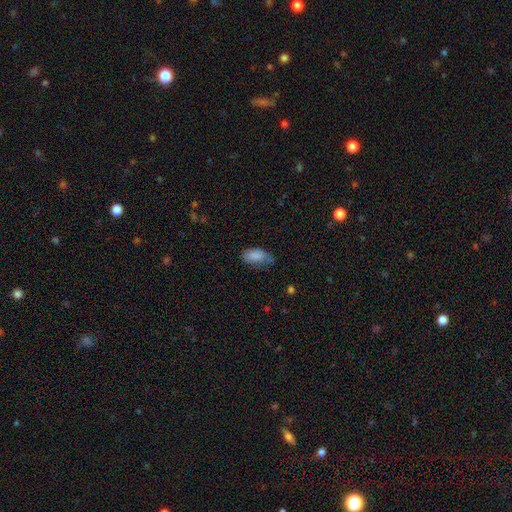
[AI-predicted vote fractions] Smooth or featured: smooth — 84% (featured or disk — 8%)
How rounded: in between — 92% (cigar-shaped — 4%)
Merging: none — 48% (minor disturbance — 38%)